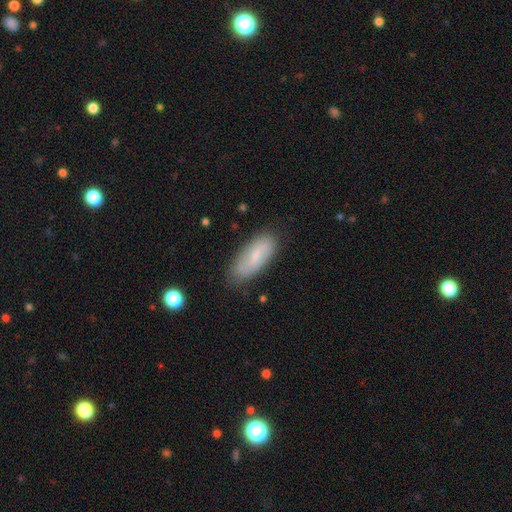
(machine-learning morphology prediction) This is possibly a smooth galaxy (59%). How rounded: likely in between (77%). Merging: likely none (78%).